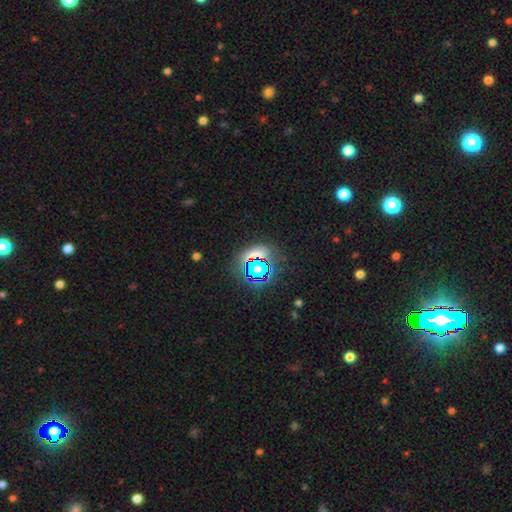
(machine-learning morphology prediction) The model was most divided on "smooth or featured": star or artifact: 56%, smooth: 33%, featured or disk: 11%.